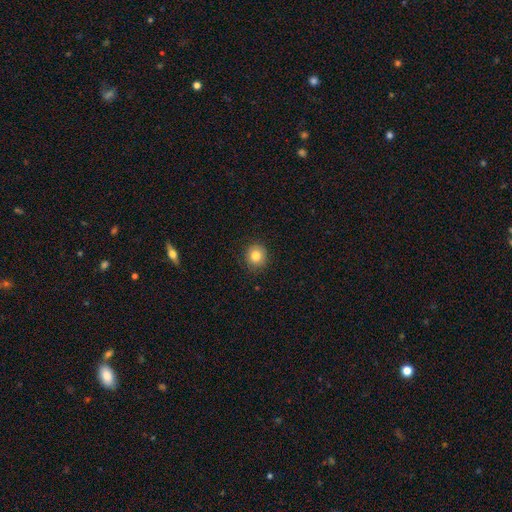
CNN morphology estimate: Smooth or featured?
  - smooth: 83% *
  - star or artifact: 10%
  - featured or disk: 7%
How rounded?
  - round: 86% *
  - in between: 13%
  - cigar-shaped: 1%
Merging?
  - none: 88% *
  - minor disturbance: 9%
  - major disturbance: 2%
  - merger: 1%